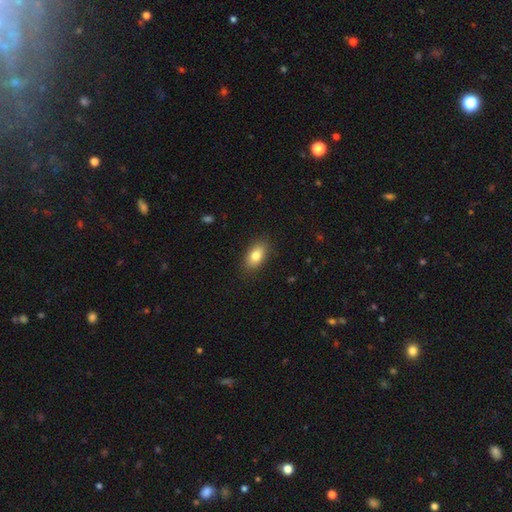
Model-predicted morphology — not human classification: This appears to be a smooth galaxy with no disk features (81%) that is in between round and cigar-shaped (89%). Merging: none (87%).